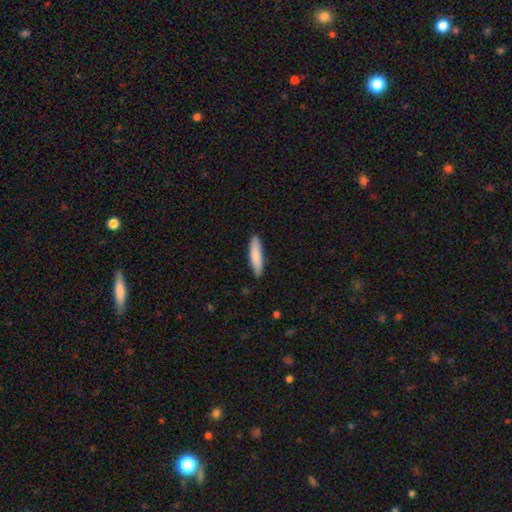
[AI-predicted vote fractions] Smooth or featured?
  - smooth: 85% *
  - featured or disk: 10%
  - star or artifact: 5%
How rounded?
  - cigar-shaped: 73% *
  - in between: 26%
  - round: 1%
Merging?
  - none: 85% *
  - minor disturbance: 12%
  - major disturbance: 2%
  - merger: 1%